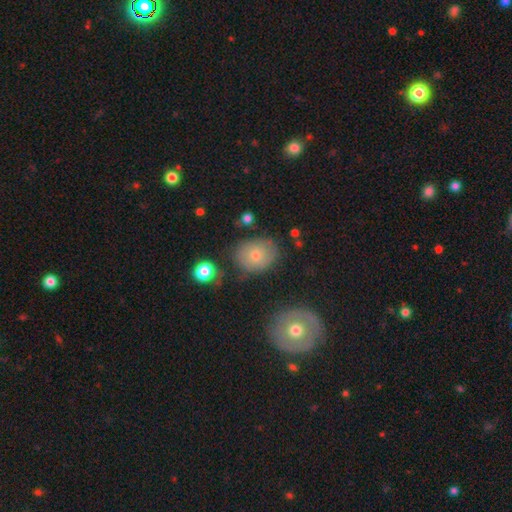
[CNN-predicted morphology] Smooth or featured? smooth (55%)
How rounded? round (52%)
Merging? none (68%)